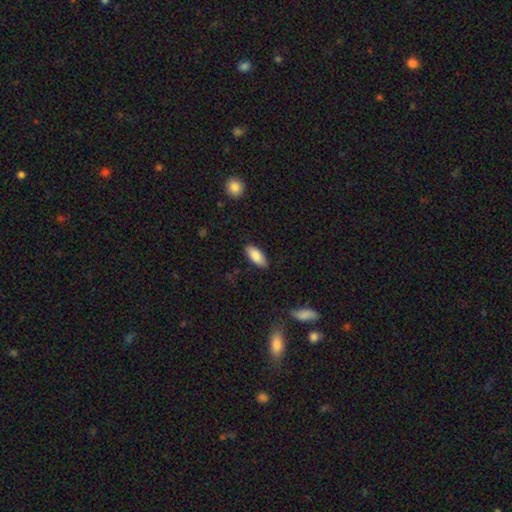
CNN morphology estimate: Smooth or featured?
  - smooth: 86% *
  - featured or disk: 8%
  - star or artifact: 6%
How rounded?
  - in between: 86% *
  - cigar-shaped: 12%
  - round: 2%
Merging?
  - none: 86% *
  - minor disturbance: 10%
  - major disturbance: 2%
  - merger: 1%